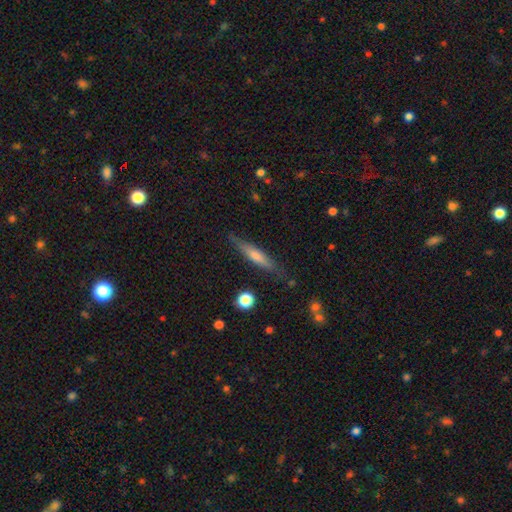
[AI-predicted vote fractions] A smooth galaxy with no disk features (50%).

Vote fractions:
- Smooth or featured? smooth: 50% / featured or disk: 43% / star or artifact: 7%
- Merging? none: 84% / minor disturbance: 12% / major disturbance: 2% / merger: 2%